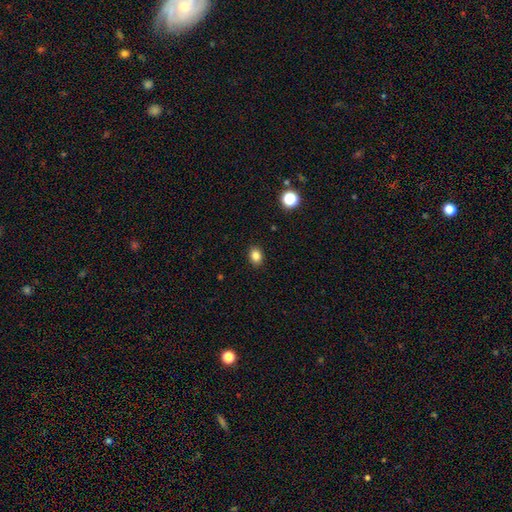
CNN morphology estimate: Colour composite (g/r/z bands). It shows a smooth galaxy with no disk features (83%) that is in between round and cigar-shaped (60%). Merging: none (90%).